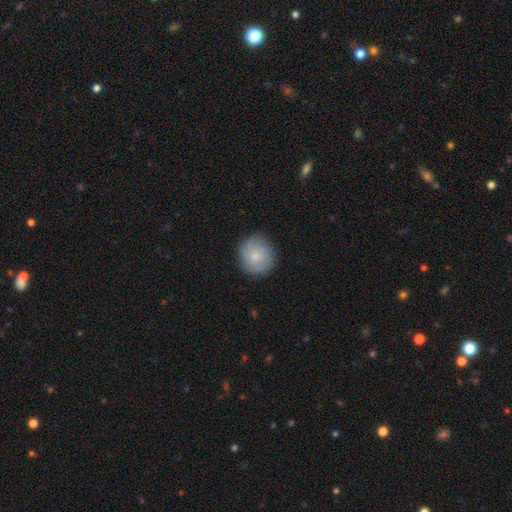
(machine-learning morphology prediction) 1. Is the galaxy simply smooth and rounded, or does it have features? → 74% smooth, 19% featured or disk, 7% star or artifact.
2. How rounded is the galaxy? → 90% round, 9% in between, 1% cigar-shaped.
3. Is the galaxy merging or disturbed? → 83% none, 13% minor disturbance, 3% major disturbance, 1% merger.